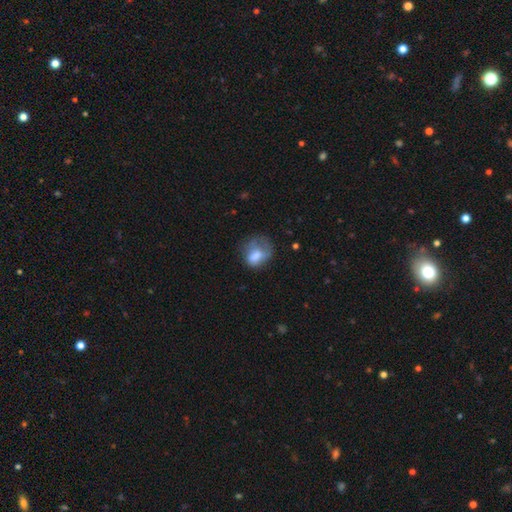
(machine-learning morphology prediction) smooth_or_featured: smooth (p=0.67) [alt: featured or disk p=0.24]
how_rounded: in between (p=0.52) [alt: round p=0.47]
merging: none (p=0.35) [alt: major disturbance p=0.33]